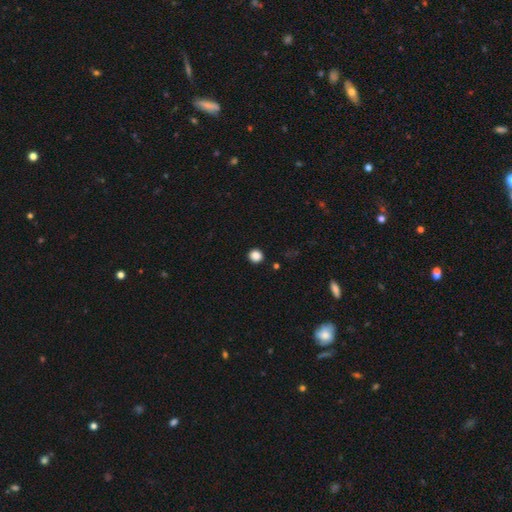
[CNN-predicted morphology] smooth 87%, star or artifact 11%, featured or disk 3%. Down the decision tree: how rounded — round (91%); merging — none (92%).